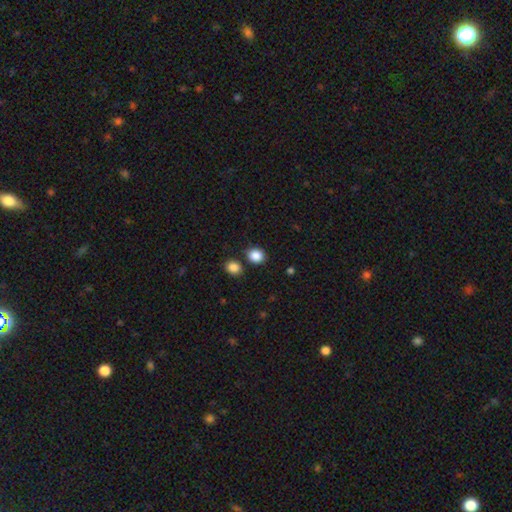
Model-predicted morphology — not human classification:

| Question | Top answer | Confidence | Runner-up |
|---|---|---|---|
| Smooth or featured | smooth | 87% | star or artifact (9%) |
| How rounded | round | 69% | in between (30%) |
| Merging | none | 79% | minor disturbance (9%) |